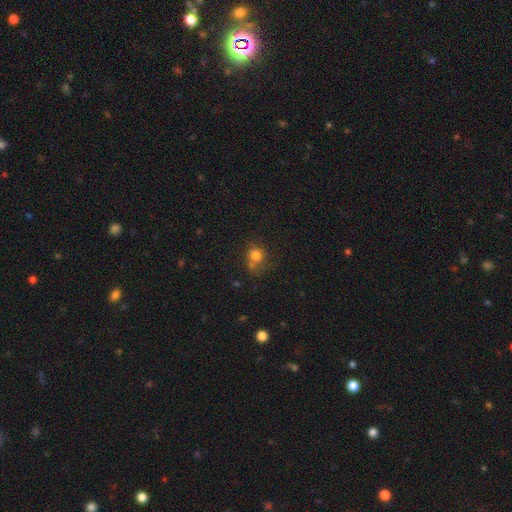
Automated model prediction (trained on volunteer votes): This is likely a smooth galaxy (77%). How rounded: likely round (80%). Merging: possibly none (51%).